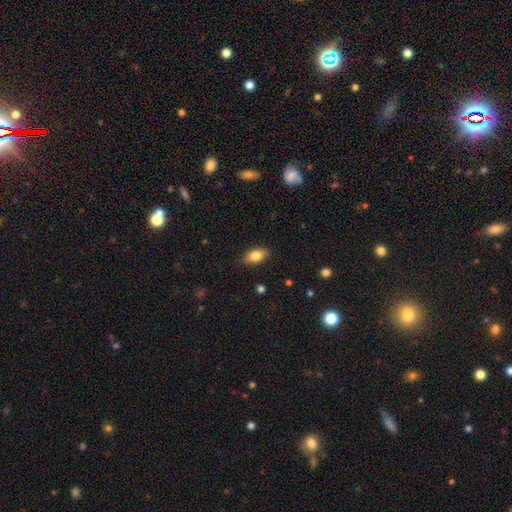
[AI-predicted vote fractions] Smooth or featured? Predicted: smooth (p=0.82). How rounded? Predicted: in between (p=0.90). Merging? Predicted: none (p=0.86).